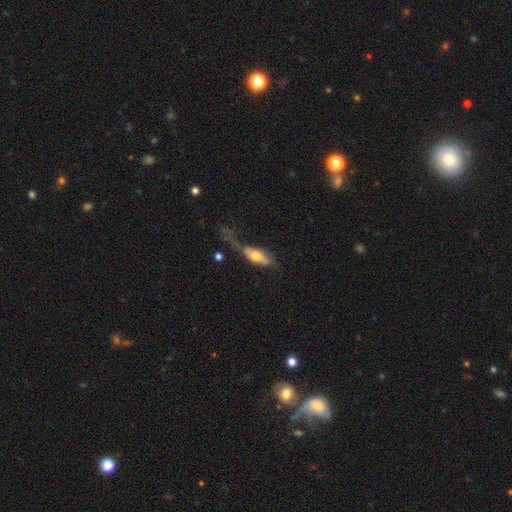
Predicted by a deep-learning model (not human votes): The model was most divided on "smooth or featured": smooth: 56%, featured or disk: 36%, star or artifact: 7%. More confident: how rounded — in between (62%); merging — major disturbance (52%).